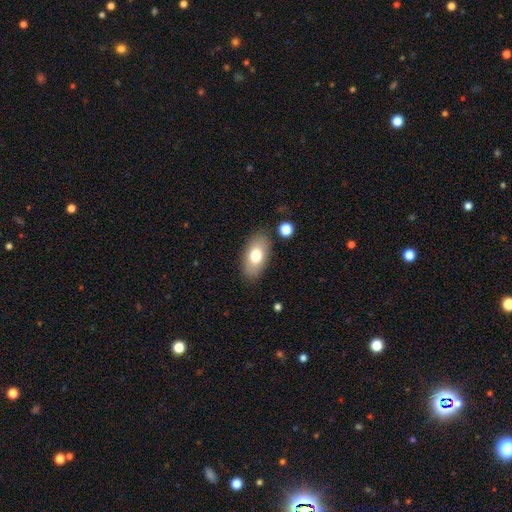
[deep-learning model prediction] Q: Smooth or featured?
A: smooth (73%); runner-up: featured or disk (19%)
Q: How rounded?
A: in between (91%); runner-up: round (5%)
Q: Merging?
A: none (84%); runner-up: minor disturbance (11%)